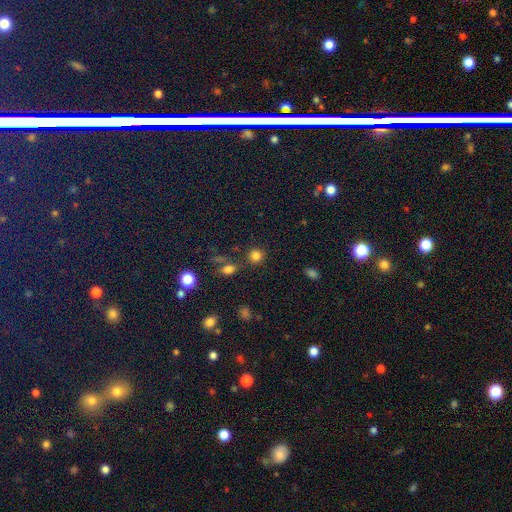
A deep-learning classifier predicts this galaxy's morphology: Smooth or featured?
  - smooth: 81% *
  - star or artifact: 14%
  - featured or disk: 5%
How rounded?
  - round: 90% *
  - in between: 9%
  - cigar-shaped: 1%
Merging?
  - none: 80% *
  - minor disturbance: 9%
  - merger: 8%
  - major disturbance: 4%